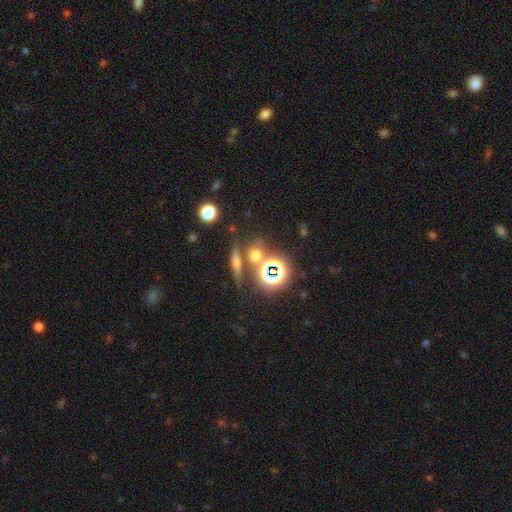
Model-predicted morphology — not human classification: Smooth or featured?
  - smooth: 46% *
  - star or artifact: 39%
  - featured or disk: 14%
Merging?
  - none: 71% *
  - merger: 17%
  - minor disturbance: 8%
  - major disturbance: 4%